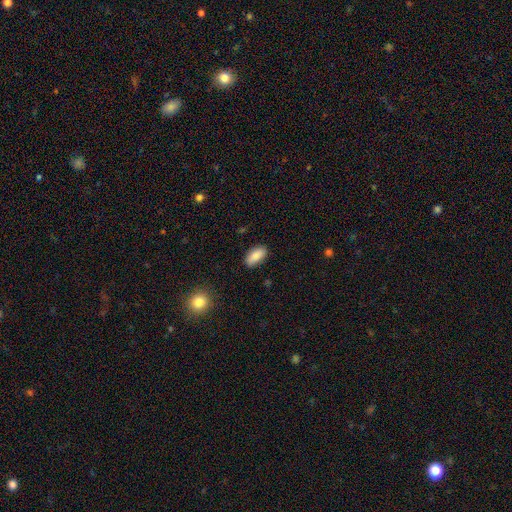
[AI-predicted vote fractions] The model was most divided on "merging": none: 86%, minor disturbance: 11%, major disturbance: 2%, merger: 1%. More confident: how rounded — in between (91%); smooth or featured — smooth (85%).